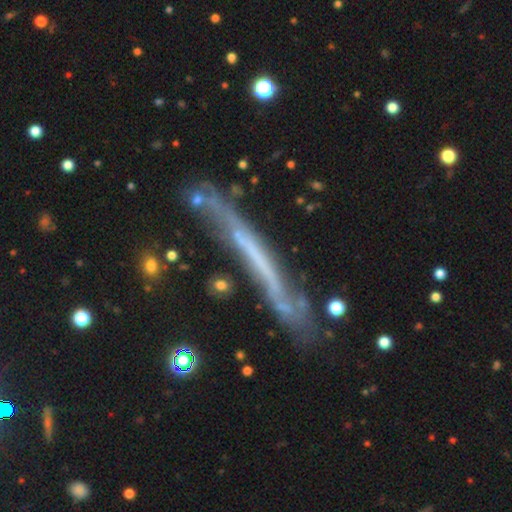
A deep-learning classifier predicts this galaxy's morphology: type=featured or disk (63%); edge-on=yes (88%); edge-on bulge=none (90%); merging=none (66%).